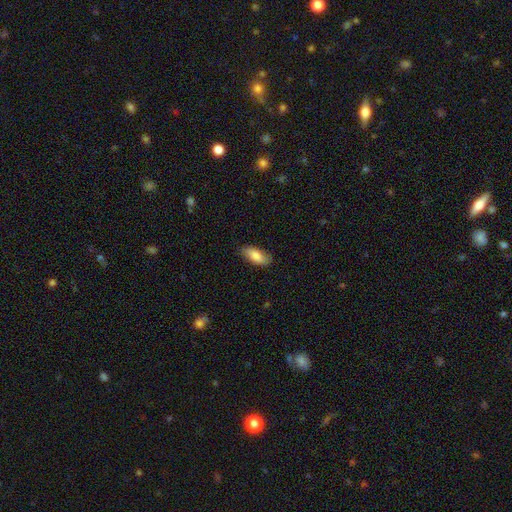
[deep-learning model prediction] The model was most divided on "merging": none: 82%, minor disturbance: 14%, major disturbance: 3%, merger: 1%. More confident: how rounded — in between (84%); smooth or featured — smooth (82%).